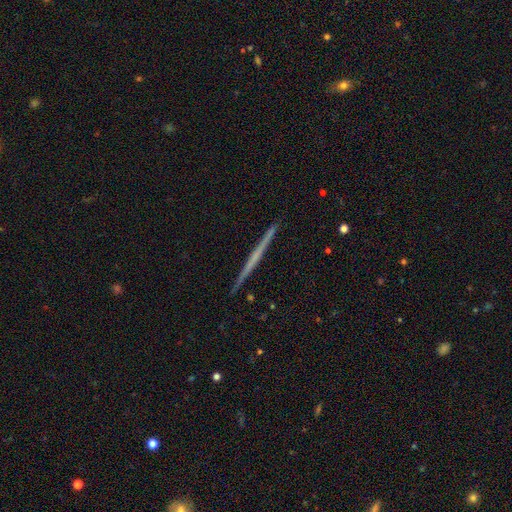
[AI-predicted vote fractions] This appears to be a featured or disk galaxy (62%) viewed edge-on (98%) with no central bulge (87%). Merging: none (93%).